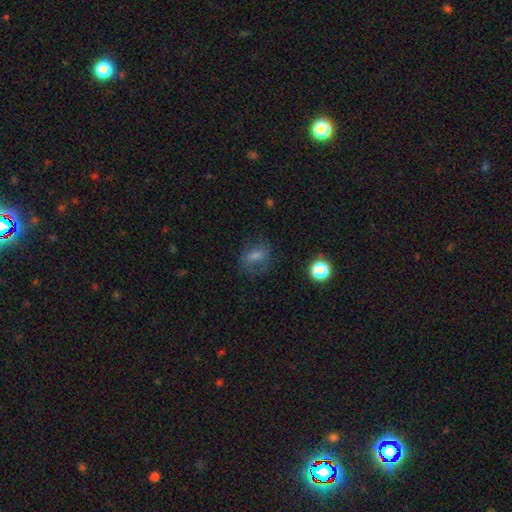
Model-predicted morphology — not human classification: smooth 68%, featured or disk 17%, star or artifact 15%. Down the decision tree: how rounded — in between (67%); merging — none (62%).